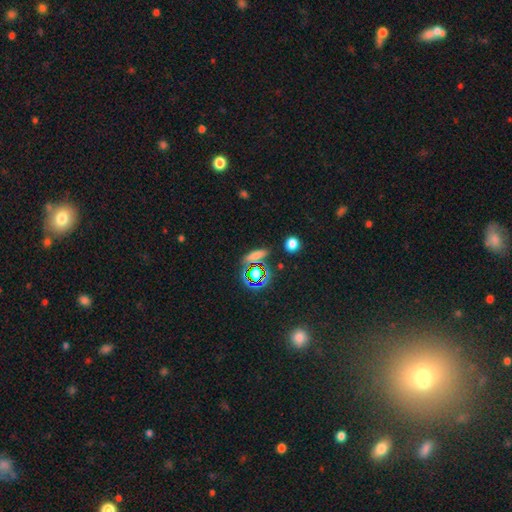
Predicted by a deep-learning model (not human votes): A smooth galaxy with no disk features (56%) that is cigar-shaped (47%).

Vote fractions:
- Smooth or featured? smooth: 56% / star or artifact: 29% / featured or disk: 14%
- How rounded? cigar-shaped: 47% / in between: 38% / round: 15%
- Merging? none: 78% / minor disturbance: 11% / merger: 6% / major disturbance: 5%